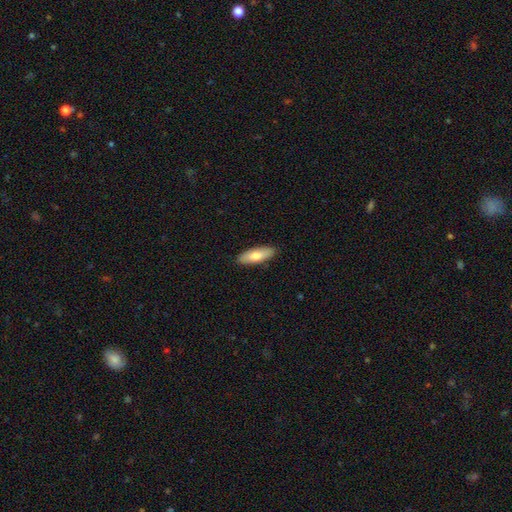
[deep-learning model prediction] A smooth galaxy with no disk features (74%) that is in between round and cigar-shaped (62%).

Vote fractions:
- Smooth or featured? smooth: 74% / featured or disk: 21% / star or artifact: 5%
- How rounded? in between: 62% / cigar-shaped: 36% / round: 2%
- Merging? none: 90% / minor disturbance: 8% / major disturbance: 2% / merger: 1%